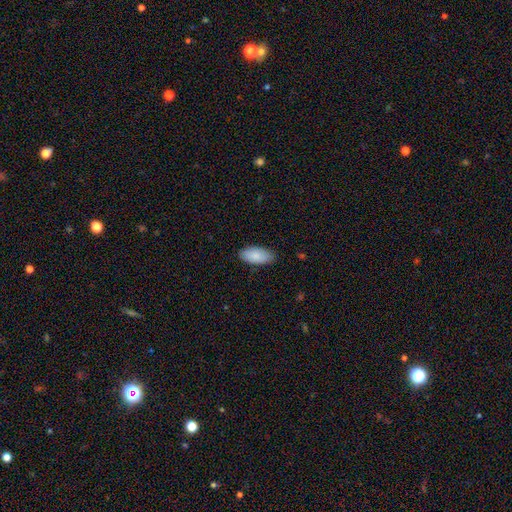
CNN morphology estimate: type=smooth (86%); roundness=in between (93%); merging=none (85%).